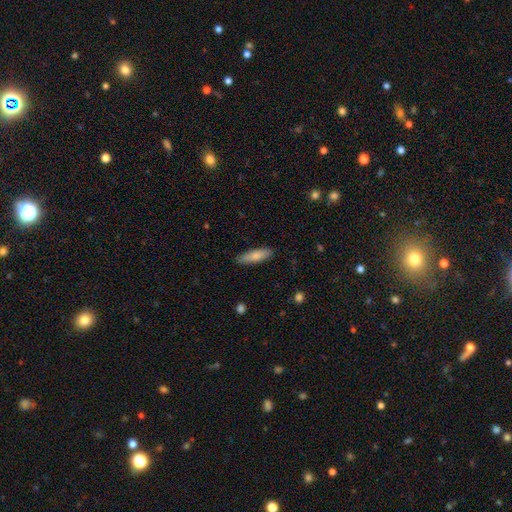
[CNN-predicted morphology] The model was most divided on "how rounded": cigar-shaped: 57%, in between: 41%, round: 2%. More confident: merging — none (87%); smooth or featured — smooth (79%).